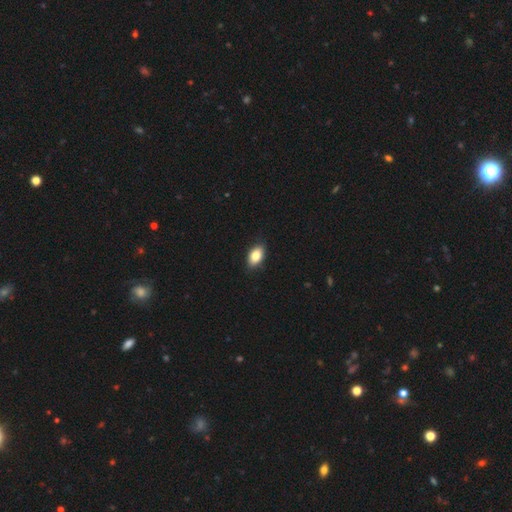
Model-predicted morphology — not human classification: Q: Smooth or featured?
A: smooth (84%); runner-up: featured or disk (8%)
Q: How rounded?
A: in between (90%); runner-up: round (7%)
Q: Merging?
A: none (87%); runner-up: minor disturbance (10%)